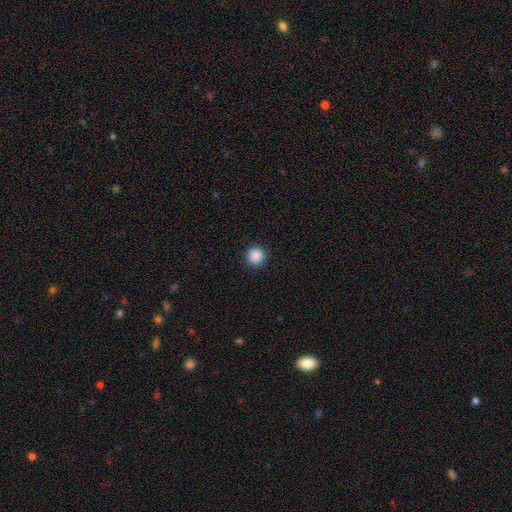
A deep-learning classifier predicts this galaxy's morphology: The model was most divided on "smooth or featured": smooth: 88%, star or artifact: 9%, featured or disk: 2%. More confident: how rounded — round (95%); merging — none (93%).